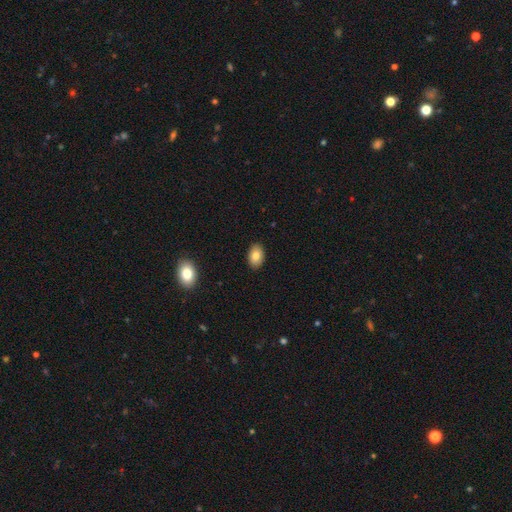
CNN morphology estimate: The model was most divided on "smooth or featured": smooth: 83%, featured or disk: 10%, star or artifact: 8%. More confident: merging — none (90%); how rounded — in between (87%).